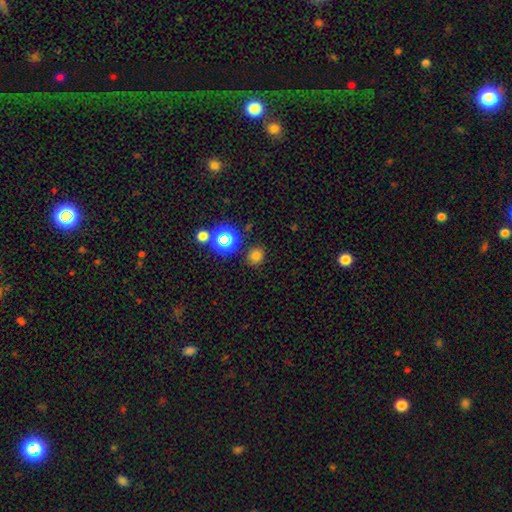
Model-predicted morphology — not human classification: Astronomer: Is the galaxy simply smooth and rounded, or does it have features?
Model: smooth — 72%.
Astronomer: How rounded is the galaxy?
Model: round — 82%.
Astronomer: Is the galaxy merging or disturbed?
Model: none — 85%.